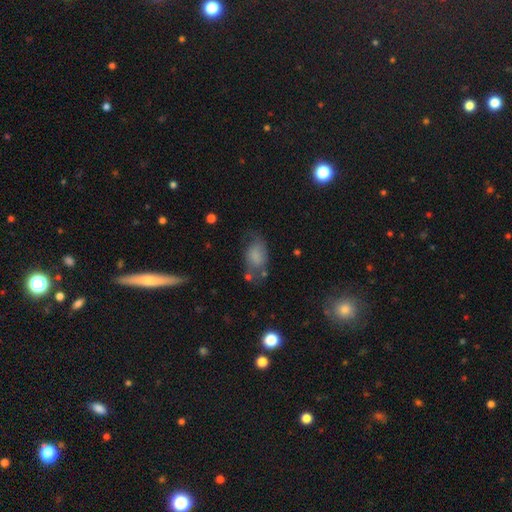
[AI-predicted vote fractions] Q: Smooth or featured?
A: smooth (67%); runner-up: featured or disk (23%)
Q: How rounded?
A: in between (88%); runner-up: round (9%)
Q: Merging?
A: none (47%); runner-up: minor disturbance (29%)